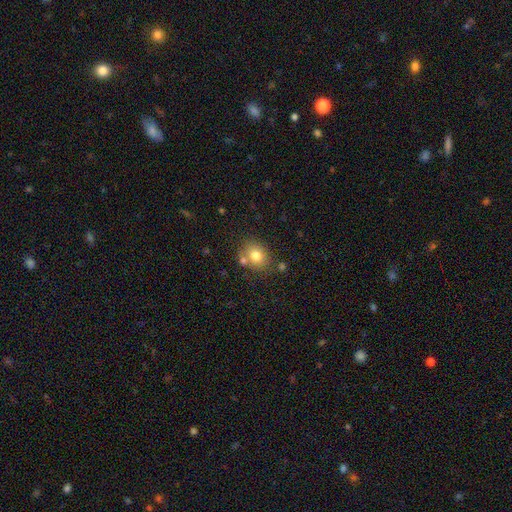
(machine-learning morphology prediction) Smooth or featured? smooth (77%)
How rounded? round (65%)
Merging? none (66%)